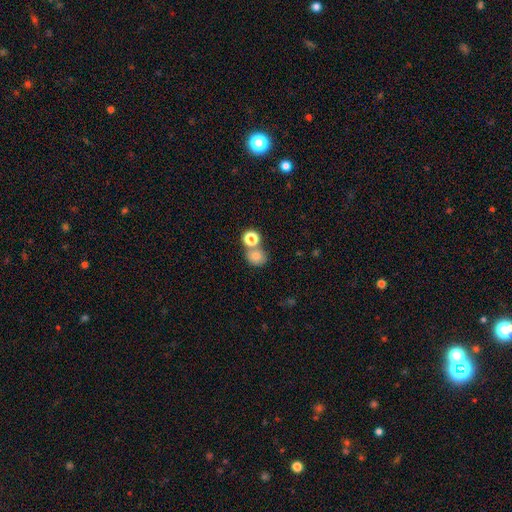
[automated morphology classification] A smooth galaxy with no disk features (79%) that is round (78%). Merging: none (48%).